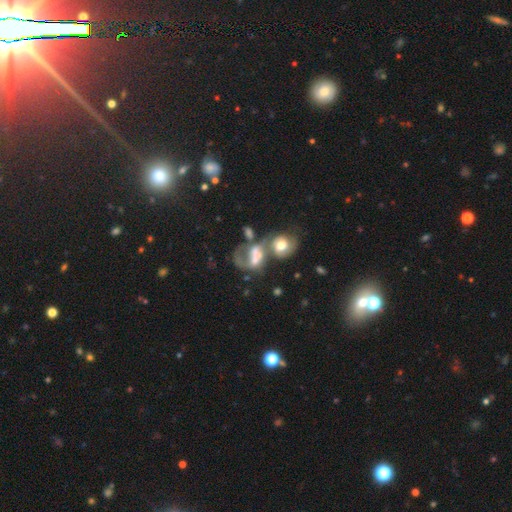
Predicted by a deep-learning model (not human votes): Smooth or featured? featured or disk (52%)
Edge-on disk? no (97%)
Bar? no (65%)
Spiral arms? yes (51%)
Bulge size? moderate (39%)
Merging? merger (55%)